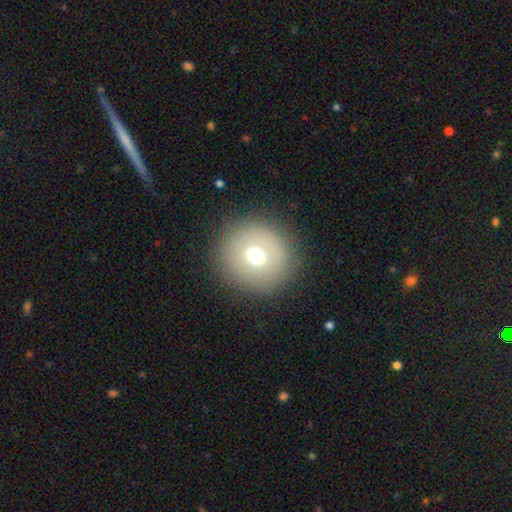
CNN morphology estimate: type=smooth (64%); roundness=round (88%); merging=none (86%).